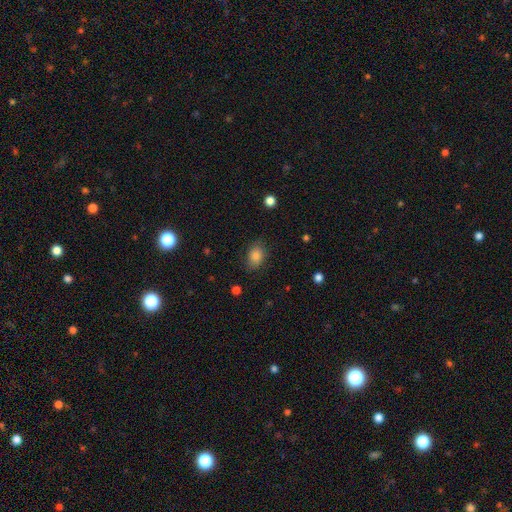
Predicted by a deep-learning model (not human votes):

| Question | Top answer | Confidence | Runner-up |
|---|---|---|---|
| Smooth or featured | smooth | 84% | star or artifact (10%) |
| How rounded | in between | 75% | round (24%) |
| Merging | none | 79% | minor disturbance (16%) |